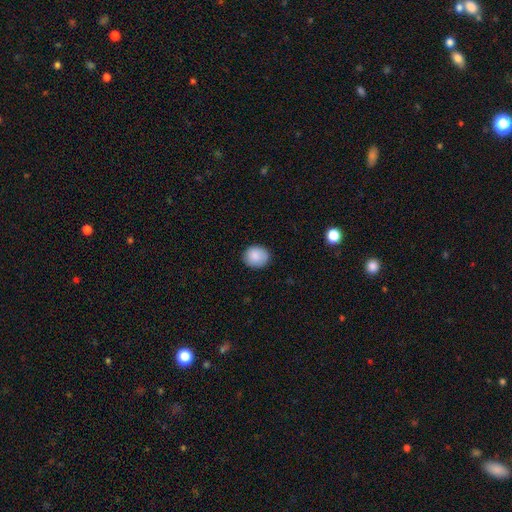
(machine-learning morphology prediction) This is clearly a smooth galaxy (88%). How rounded: likely round (73%). Merging: clearly none (87%).